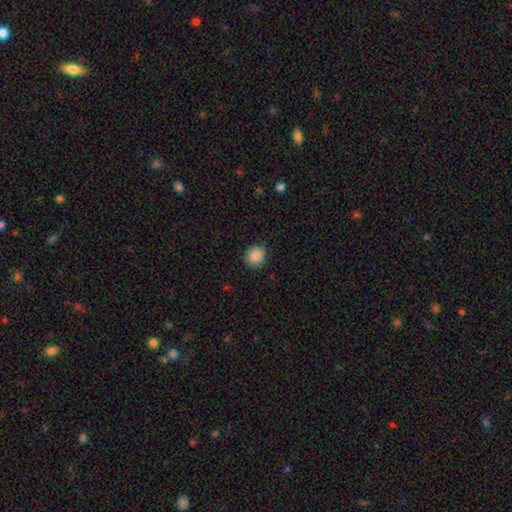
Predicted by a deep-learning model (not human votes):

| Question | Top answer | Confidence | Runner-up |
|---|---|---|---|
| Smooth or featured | smooth | 88% | star or artifact (9%) |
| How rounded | round | 84% | in between (15%) |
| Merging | none | 87% | minor disturbance (9%) |